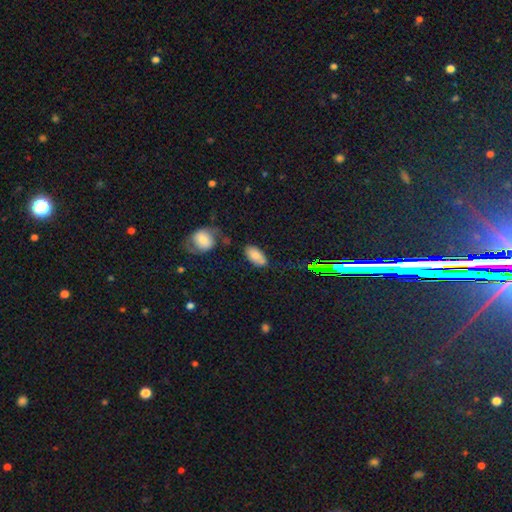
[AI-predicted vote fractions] Smooth or featured?
  - smooth: 76% *
  - featured or disk: 12%
  - star or artifact: 11%
How rounded?
  - in between: 92% *
  - cigar-shaped: 4%
  - round: 4%
Merging?
  - none: 67% *
  - minor disturbance: 20%
  - merger: 8%
  - major disturbance: 6%